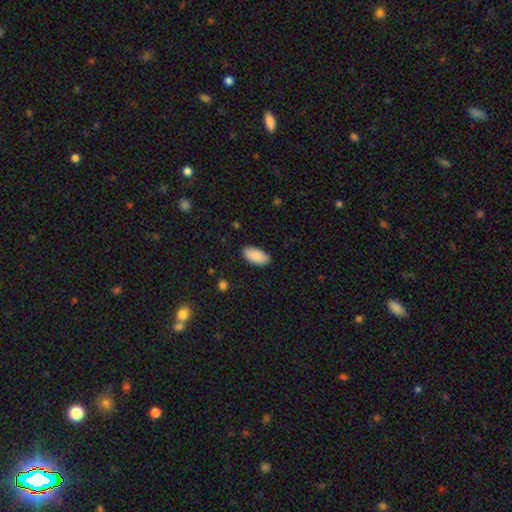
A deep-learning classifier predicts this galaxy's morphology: The model was most divided on "merging": none: 87%, minor disturbance: 10%, major disturbance: 2%, merger: 1%. More confident: how rounded — in between (94%); smooth or featured — smooth (89%).